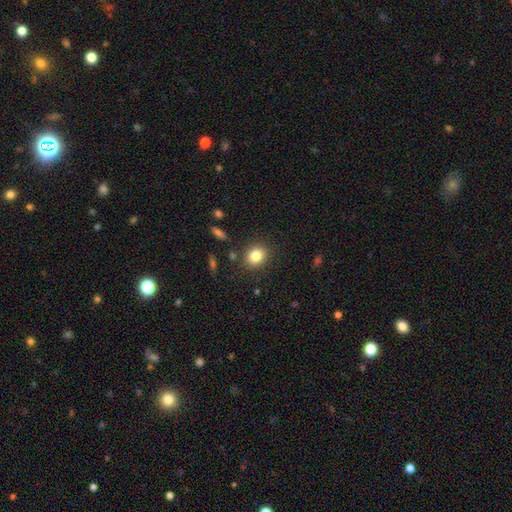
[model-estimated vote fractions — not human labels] This is clearly a smooth galaxy (82%). How rounded: likely round (70%). Merging: clearly none (86%).